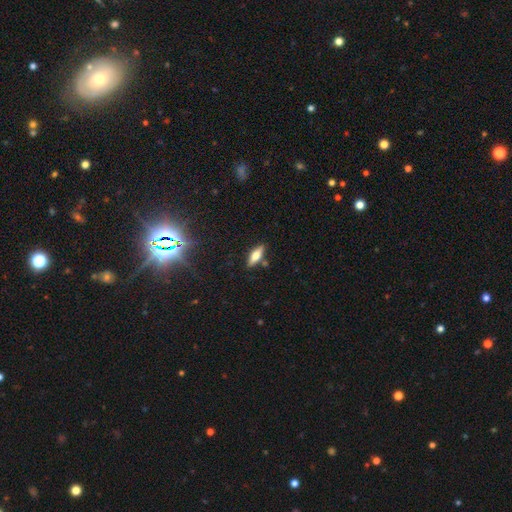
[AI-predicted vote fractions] Smooth or featured?
  - smooth: 58% *
  - featured or disk: 34%
  - star or artifact: 8%
How rounded?
  - in between: 60% *
  - cigar-shaped: 38%
  - round: 3%
Merging?
  - none: 82% *
  - minor disturbance: 11%
  - merger: 5%
  - major disturbance: 2%